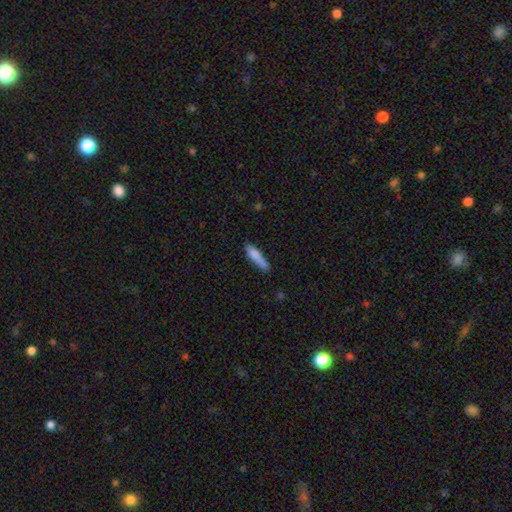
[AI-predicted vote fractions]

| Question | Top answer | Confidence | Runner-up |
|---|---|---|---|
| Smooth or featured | smooth | 81% | featured or disk (13%) |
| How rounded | cigar-shaped | 79% | in between (20%) |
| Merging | none | 67% | minor disturbance (24%) |